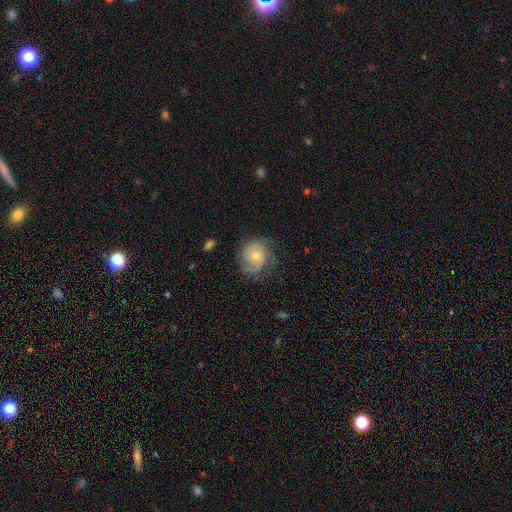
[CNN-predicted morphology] A featured or disk galaxy (57%) with no bar (78%), spiral arms (85%) and a small central bulge (54%).

Vote fractions:
- Smooth or featured? featured or disk: 57% / smooth: 36% / star or artifact: 8%
- Edge-on disk? no: 97% / yes: 3%
- Bar? no: 78% / weak: 20% / strong: 3%
- Spiral arms? yes: 85% / no: 15%
- Bulge size? small: 54% / moderate: 39% / large: 3% / none: 3% / dominant: 1%
- Merging? none: 60% / minor disturbance: 24% / major disturbance: 14% / merger: 1%